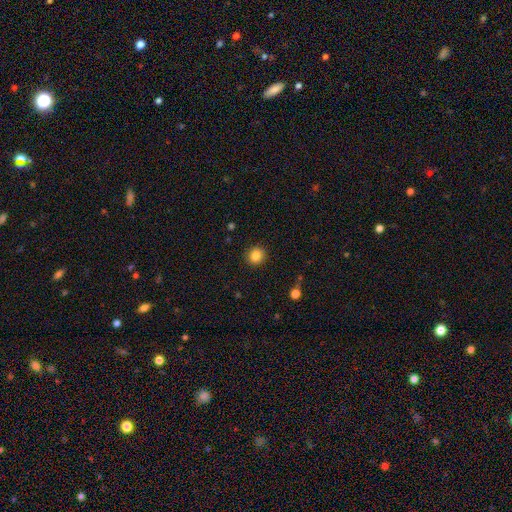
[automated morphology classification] smooth 84%, star or artifact 11%, featured or disk 5%. Down the decision tree: how rounded — round (90%); merging — none (91%).